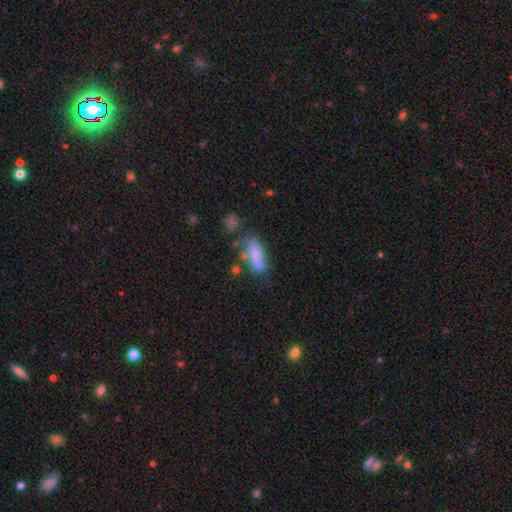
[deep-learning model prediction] Morphology: type=smooth (70%); roundness=in between (73%); merging=none (38%).